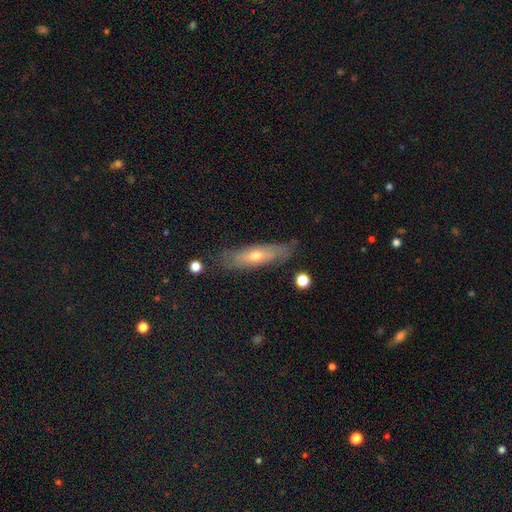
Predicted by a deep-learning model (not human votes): Smooth or featured? smooth (47%)
Merging? none (78%)